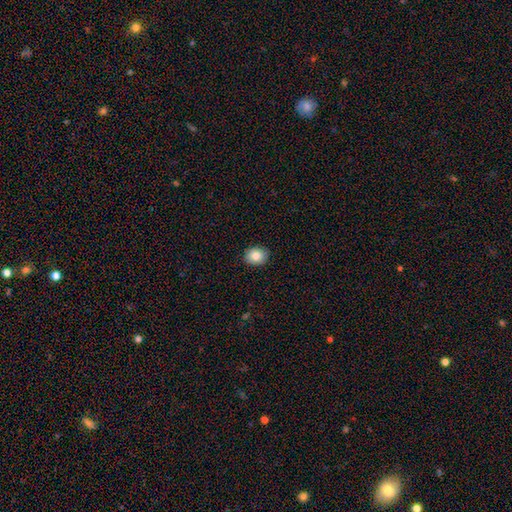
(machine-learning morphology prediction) This is clearly a smooth galaxy (84%). How rounded: possibly round (54%). Merging: clearly none (88%).